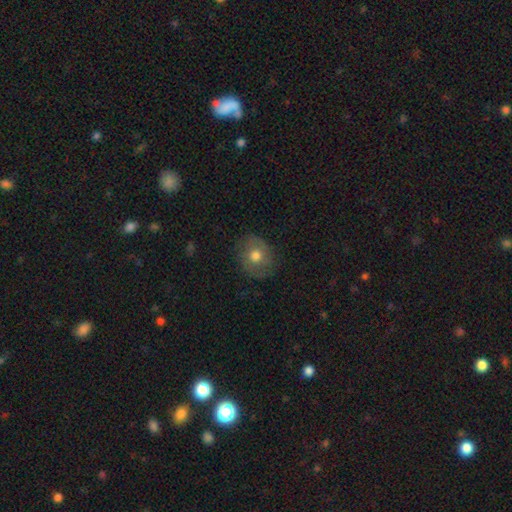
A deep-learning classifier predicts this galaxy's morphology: Smooth or featured? Predicted: smooth (p=0.63). How rounded? Predicted: round (p=0.71). Merging? Predicted: none (p=0.76).